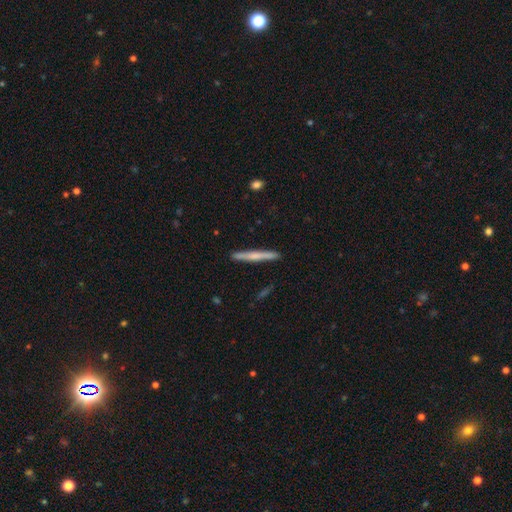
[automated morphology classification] Q: Smooth or featured?
A: smooth (51%); runner-up: featured or disk (43%)
Q: How rounded?
A: cigar-shaped (96%); runner-up: in between (2%)
Q: Merging?
A: none (91%); runner-up: minor disturbance (6%)